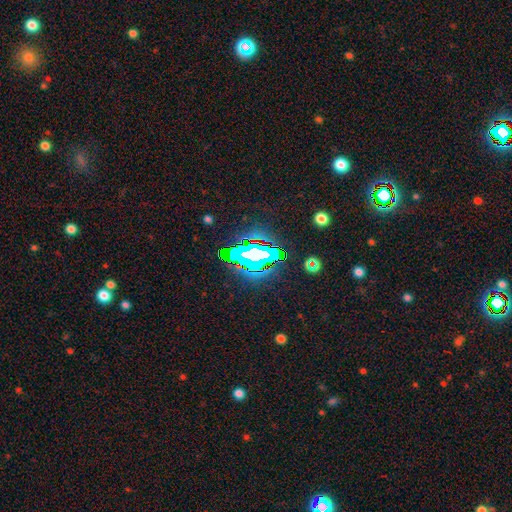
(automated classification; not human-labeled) Smooth or featured? Predicted: star or artifact (p=0.62).